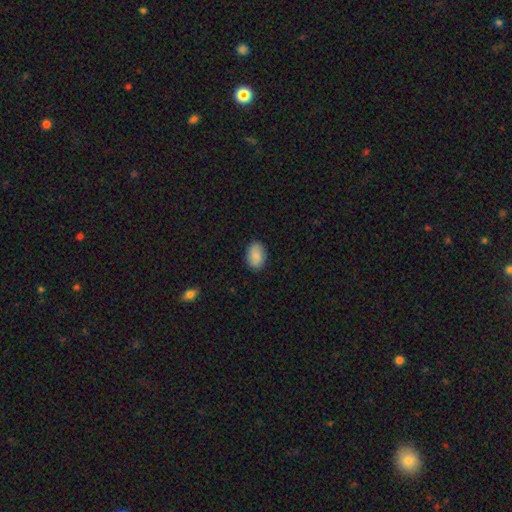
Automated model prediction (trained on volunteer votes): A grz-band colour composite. It shows a smooth galaxy with no disk features (88%) that is in between round and cigar-shaped (86%). Merging: none (88%).